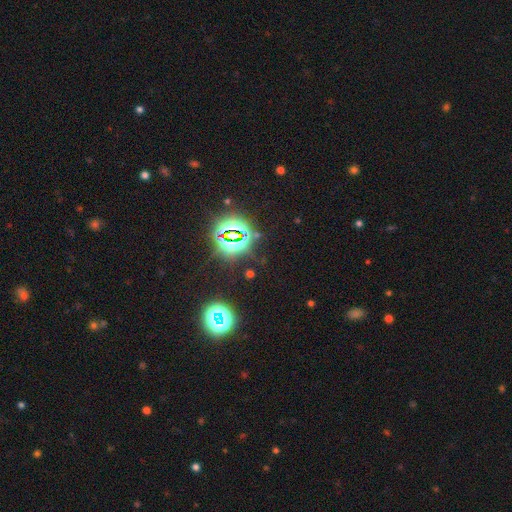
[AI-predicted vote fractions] Smooth or featured: star or artifact — 80% (smooth — 12%)